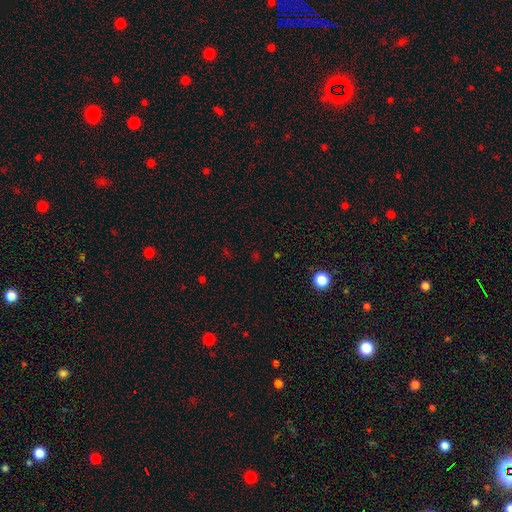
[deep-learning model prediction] Smooth or featured? Predicted: star or artifact (p=0.58).